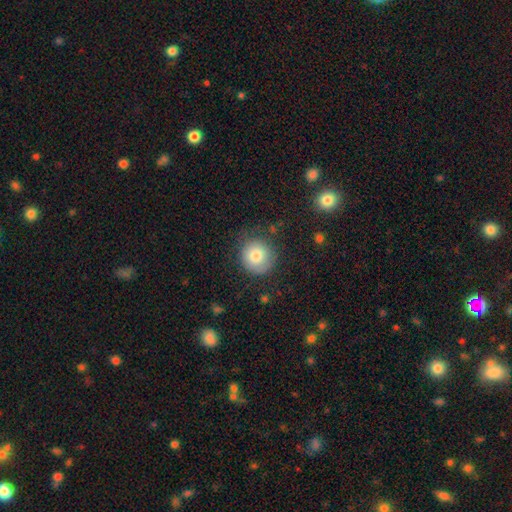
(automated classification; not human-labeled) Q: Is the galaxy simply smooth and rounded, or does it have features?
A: smooth — 81%.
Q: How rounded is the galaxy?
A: round — 92%.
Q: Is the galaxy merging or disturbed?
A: none — 76%.